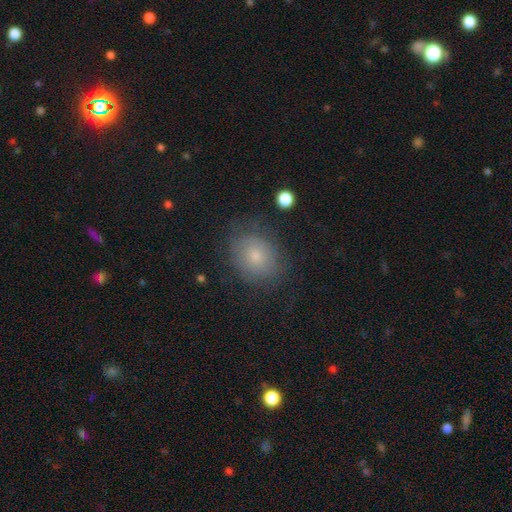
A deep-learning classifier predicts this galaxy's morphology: Smooth or featured? smooth (69%)
How rounded? round (54%)
Merging? none (72%)